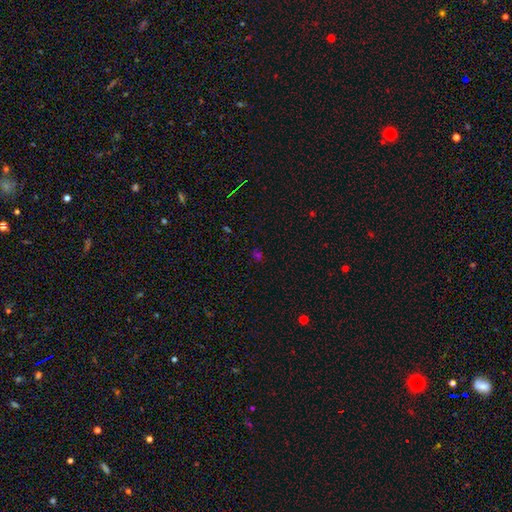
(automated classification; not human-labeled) A star or artifact, not a galaxy (46%, tied with smooth).

Vote fractions:
- Smooth or featured? star or artifact: 46% (tied) / smooth: 46% (tied) / featured or disk: 8%